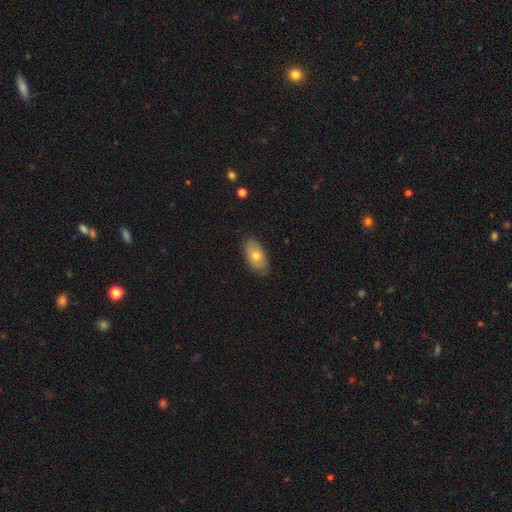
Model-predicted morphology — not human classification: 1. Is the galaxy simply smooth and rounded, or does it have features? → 63% smooth, 31% featured or disk, 6% star or artifact.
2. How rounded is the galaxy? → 93% in between, 5% round, 2% cigar-shaped.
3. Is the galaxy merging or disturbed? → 80% none, 16% minor disturbance, 3% major disturbance, 1% merger.